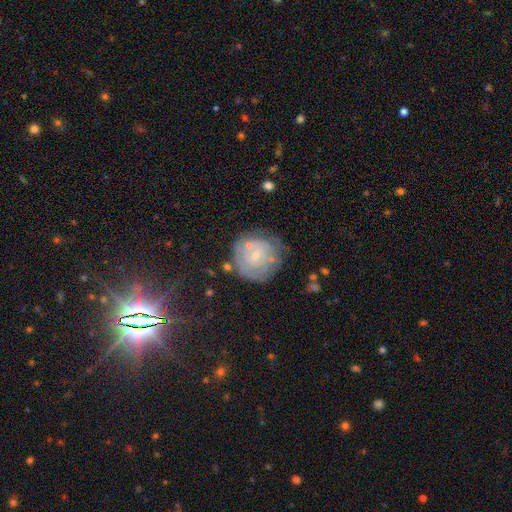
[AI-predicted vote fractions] A featured or disk galaxy (65%) with no bar (65%), spiral arms (73%) and a small central bulge (73%). Merging: none (62%).